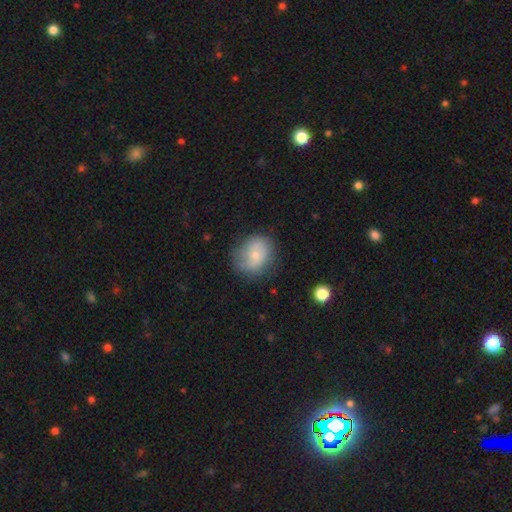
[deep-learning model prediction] A smooth galaxy with no disk features (62%) that is round (61%).

Vote fractions:
- Smooth or featured? smooth: 62% / featured or disk: 30% / star or artifact: 8%
- How rounded? round: 61% / in between: 38% / cigar-shaped: 1%
- Merging? none: 63% / minor disturbance: 25% / major disturbance: 10% / merger: 2%